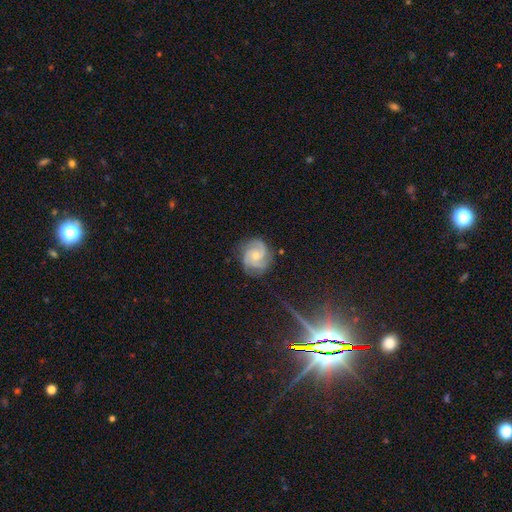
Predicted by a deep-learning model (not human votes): smooth-or-featured: featured or disk: 81% | smooth: 13% | star or artifact: 6%
  disk-edge-on: no: 98% | yes: 2%
    bar: no: 72% | weak: 24% | strong: 4%
    has-spiral-arms: yes: 97% | no: 3%
      spiral-winding: medium: 46% | tight: 43% | loose: 11%
      spiral-arm-count: 3: 55% | 2: 20% | can't tell: 10% | 4: 7% | 1: 4% | more than 4: 4%
    bulge-size: small: 60% | moderate: 36% | none: 2% | large: 1% | dominant: 1%
  merging: none: 77% | minor disturbance: 16% | major disturbance: 5% | merger: 1%